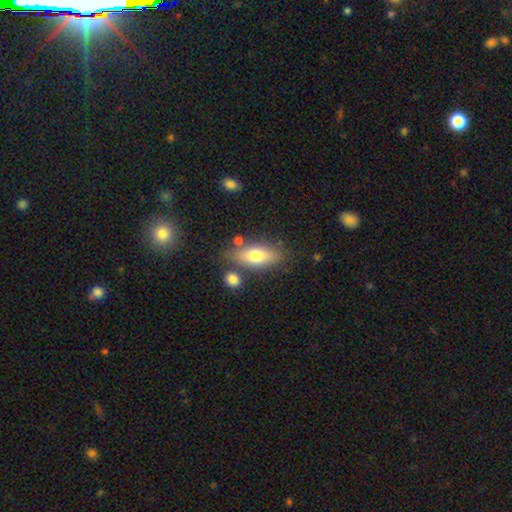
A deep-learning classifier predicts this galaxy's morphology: smooth_or_featured: smooth (p=0.73) [alt: featured or disk p=0.20]
how_rounded: in between (p=0.80) [alt: cigar-shaped p=0.15]
merging: none (p=0.71) [alt: minor disturbance p=0.15]